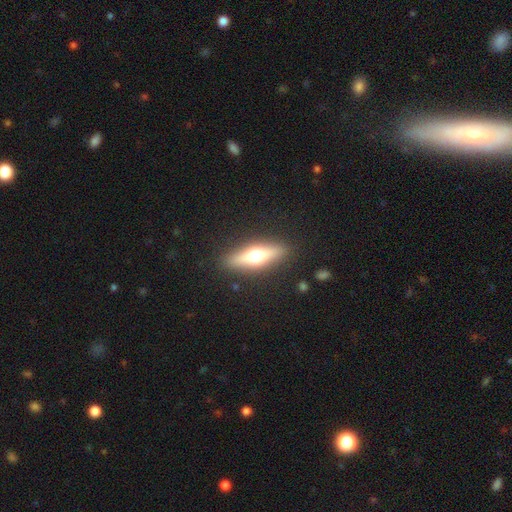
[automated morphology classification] Smooth or featured: featured or disk — 55% (smooth — 38%)
Edge-on disk: yes — 89% (no — 11%)
Merging: none — 89% (minor disturbance — 8%)